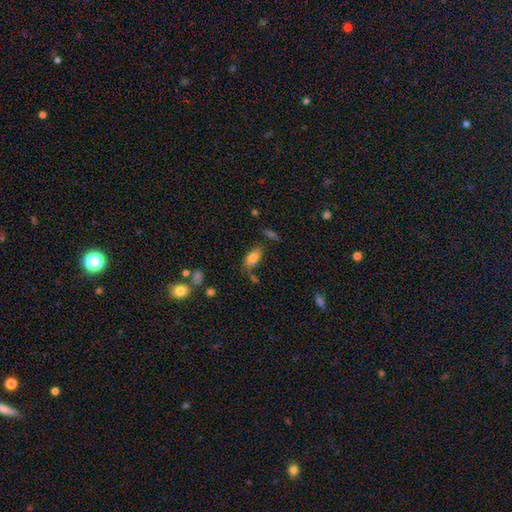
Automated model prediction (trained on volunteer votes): smooth_or_featured: smooth (p=0.65) [alt: featured or disk p=0.18]
how_rounded: in between (p=0.84) [alt: cigar-shaped p=0.09]
merging: none (p=0.71) [alt: minor disturbance p=0.14]